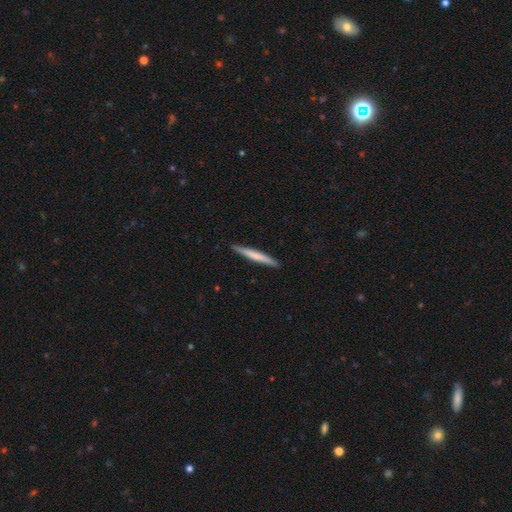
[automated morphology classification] A smooth galaxy with no disk features (63%) that is cigar-shaped (96%). Merging: none (91%).